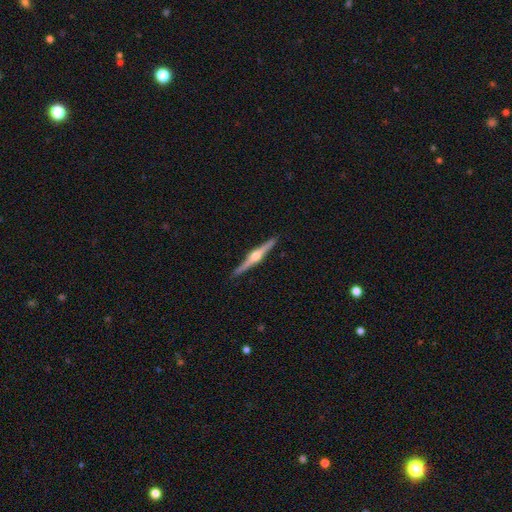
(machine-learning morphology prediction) Smooth or featured?
  - featured or disk: 82% *
  - smooth: 14%
  - star or artifact: 5%
Edge-on disk?
  - yes: 98% *
  - no: 2%
Edge-on bulge?
  - rounded: 94% *
  - boxy: 4%
  - none: 2%
Merging?
  - none: 91% *
  - minor disturbance: 7%
  - major disturbance: 1%
  - merger: 1%